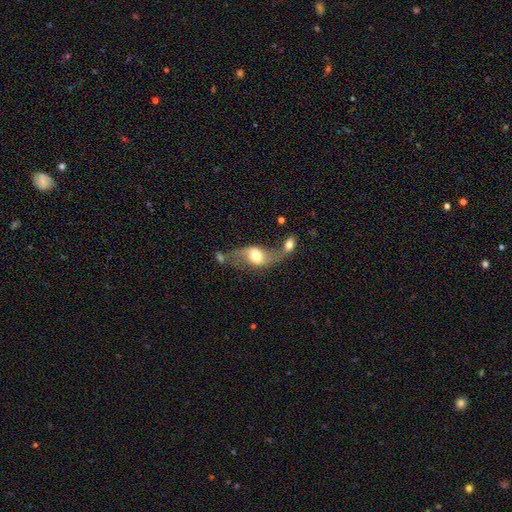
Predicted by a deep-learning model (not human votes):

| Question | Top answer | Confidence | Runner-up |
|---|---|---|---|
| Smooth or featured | featured or disk | 59% | smooth (34%) |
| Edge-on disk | no | 93% | yes (7%) |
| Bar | no | 54% | weak (33%) |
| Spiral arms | yes | 76% | no (24%) |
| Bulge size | moderate | 61% | large (22%) |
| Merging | merger | 44% | none (29%) |